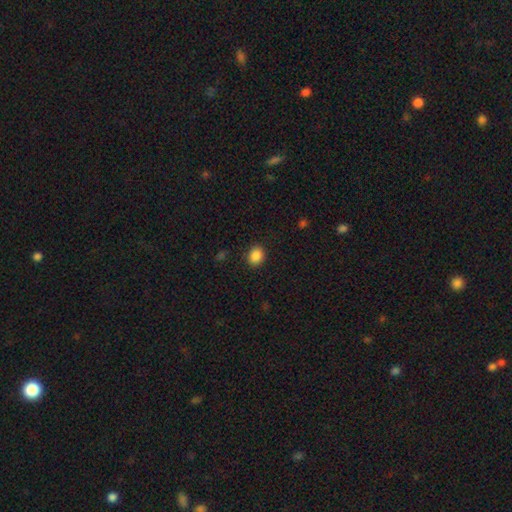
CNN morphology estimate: Smooth or featured? Predicted: smooth (p=0.88). How rounded? Predicted: round (p=0.55). Merging? Predicted: none (p=0.89).